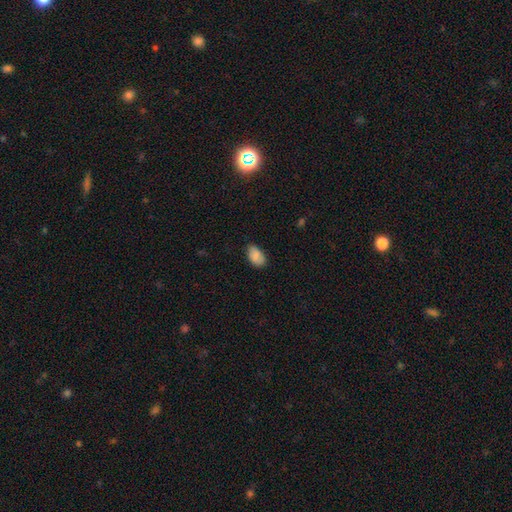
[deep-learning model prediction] Smooth or featured: smooth — 83% (featured or disk — 9%)
How rounded: in between — 93% (round — 6%)
Merging: none — 74% (minor disturbance — 21%)